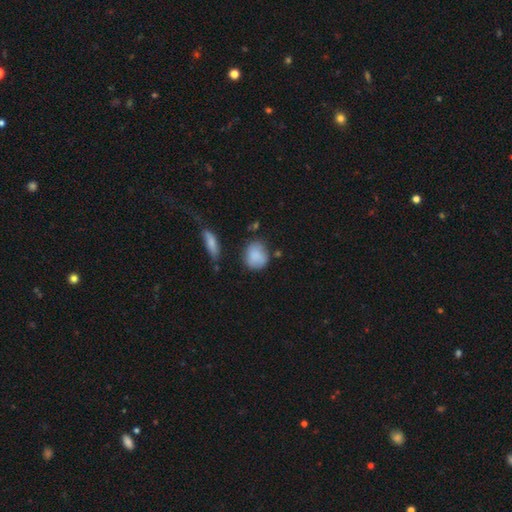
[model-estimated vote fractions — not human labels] Smooth or featured? Predicted: smooth (p=0.83). How rounded? Predicted: round (p=0.65). Merging? Predicted: none (p=0.61).